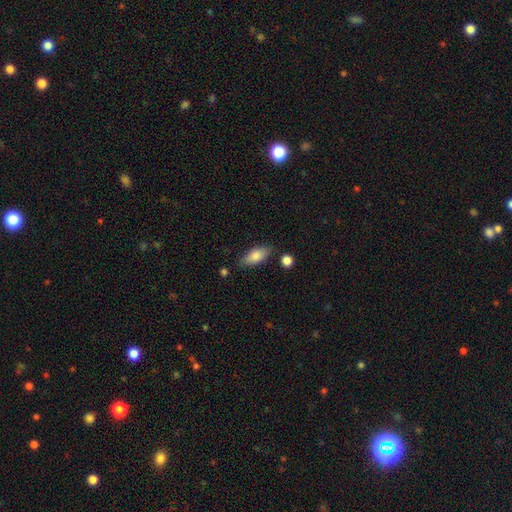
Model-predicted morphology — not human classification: Smooth or featured?
  - smooth: 82% *
  - featured or disk: 11%
  - star or artifact: 6%
How rounded?
  - in between: 84% *
  - cigar-shaped: 13%
  - round: 3%
Merging?
  - none: 80% *
  - minor disturbance: 13%
  - merger: 4%
  - major disturbance: 3%